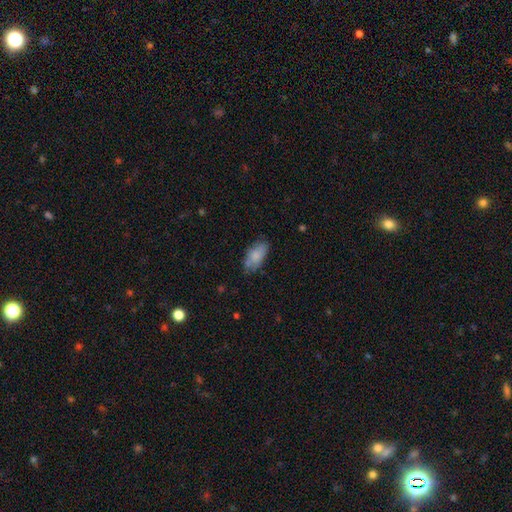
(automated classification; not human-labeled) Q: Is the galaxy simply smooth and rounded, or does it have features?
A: smooth — 80%.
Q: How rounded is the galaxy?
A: in between — 90%.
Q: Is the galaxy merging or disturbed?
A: none — 66%.